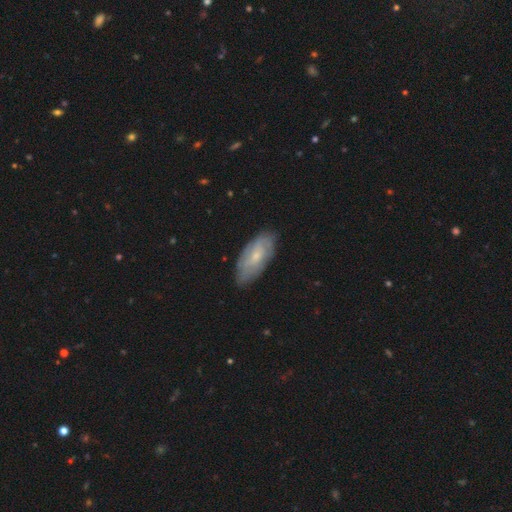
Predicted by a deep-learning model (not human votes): Smooth or featured? featured or disk (50%)
Merging? none (76%)